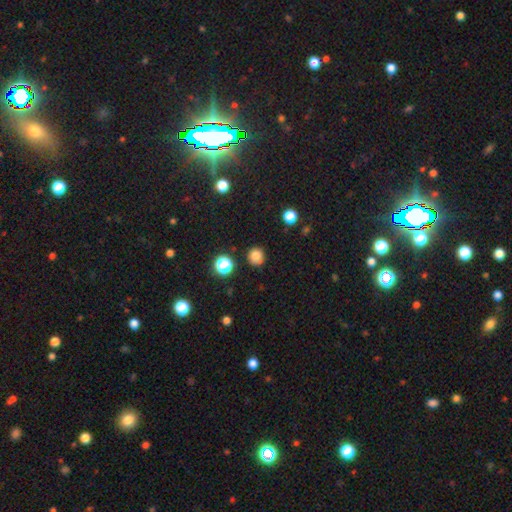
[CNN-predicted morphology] type=smooth (81%); roundness=round (91%); merging=none (87%).